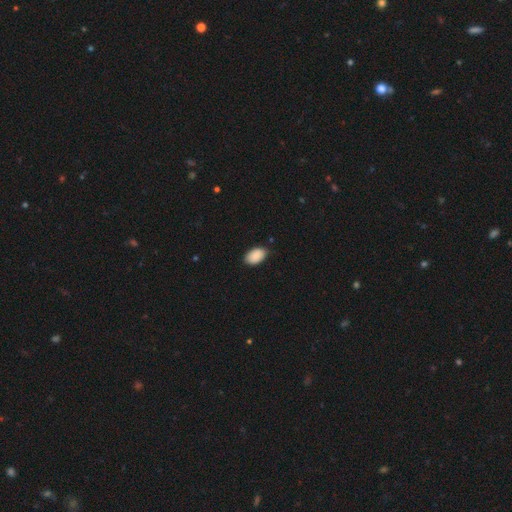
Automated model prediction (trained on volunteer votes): Smooth or featured? Predicted: smooth (p=0.90). How rounded? Predicted: in between (p=0.94). Merging? Predicted: none (p=0.84).